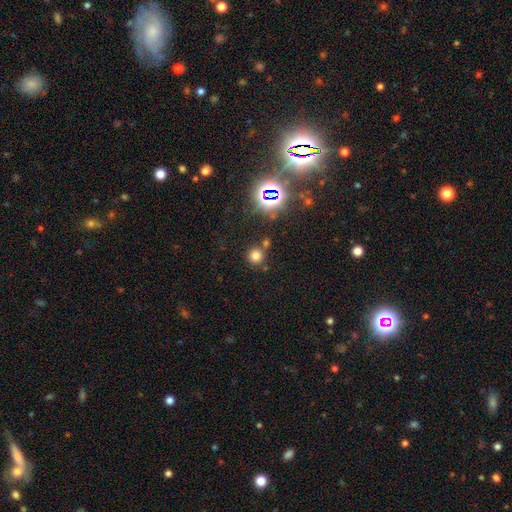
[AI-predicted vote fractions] The model was most divided on "smooth or featured": smooth: 71%, star or artifact: 22%, featured or disk: 7%. More confident: how rounded — round (92%); merging — none (72%).